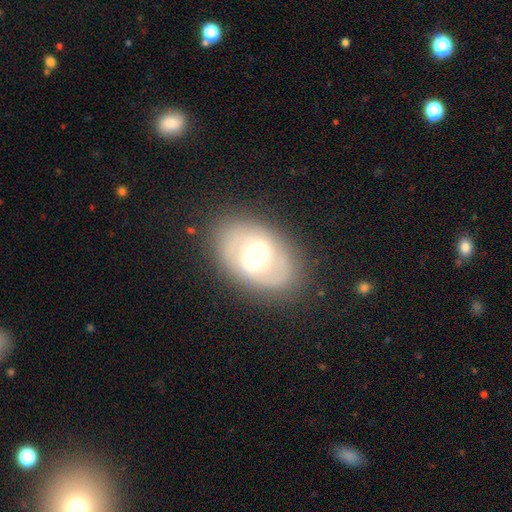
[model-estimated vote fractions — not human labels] The model was most divided on "bar": weak: 46%, strong: 40%, no: 15%. More confident: edge-on disk — no (93%); merging — none (80%); smooth or featured — featured or disk (68%); bulge size — moderate (65%); spiral arms — yes (57%).